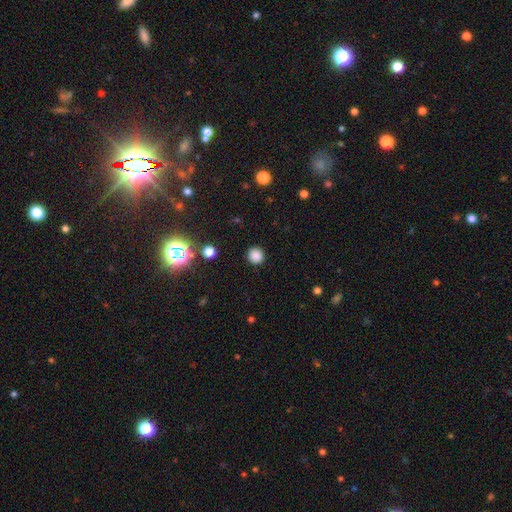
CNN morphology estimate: A smooth galaxy with no disk features (82%) that is round (93%).

Vote fractions:
- Smooth or featured? smooth: 82% / star or artifact: 14% / featured or disk: 4%
- How rounded? round: 93% / in between: 6% / cigar-shaped: 1%
- Merging? none: 91% / minor disturbance: 6% / major disturbance: 2% / merger: 1%